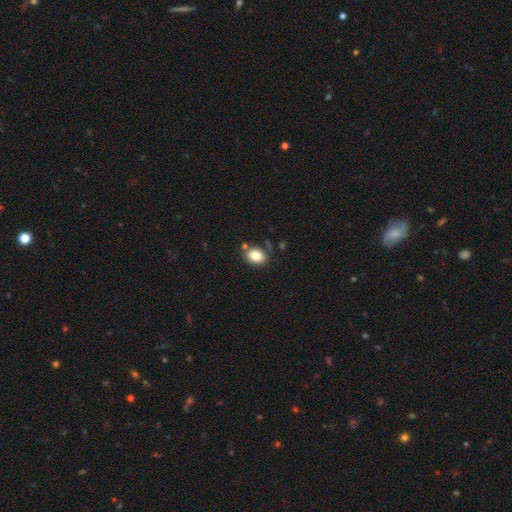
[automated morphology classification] The model was most divided on "how rounded": in between: 65%, round: 34%, cigar-shaped: 1%. More confident: smooth or featured — smooth (85%); merging — none (73%).